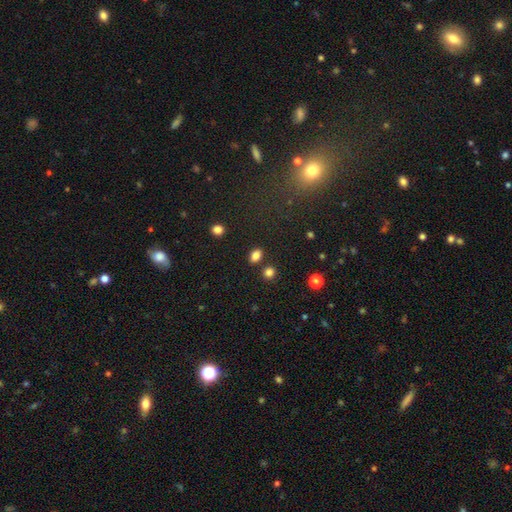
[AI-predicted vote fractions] Smooth or featured? smooth (83%)
How rounded? in between (73%)
Merging? none (80%)